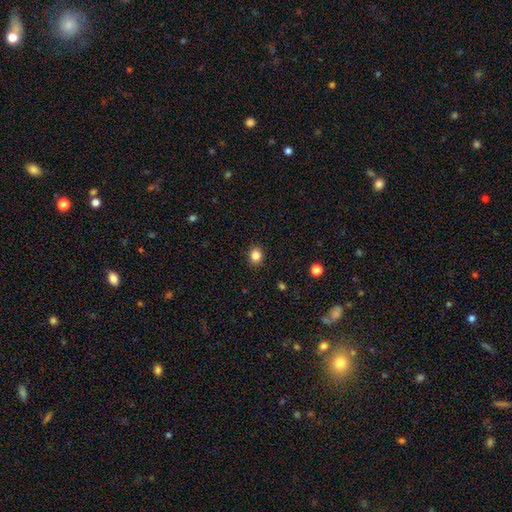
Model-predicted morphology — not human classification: The model was most divided on "how rounded": round: 72%, in between: 27%, cigar-shaped: 1%. More confident: merging — none (89%); smooth or featured — smooth (84%).